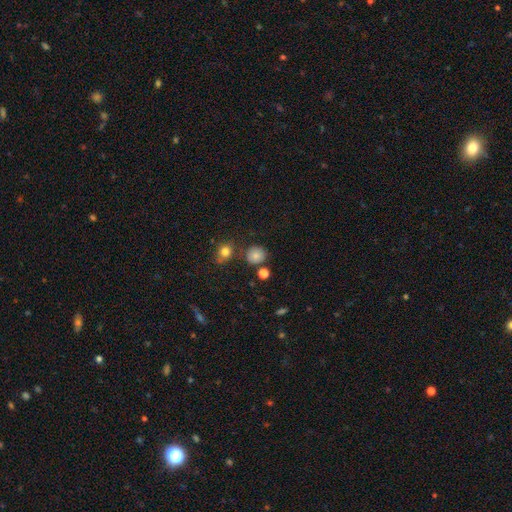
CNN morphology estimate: type=smooth (80%); roundness=round (86%); merging=none (78%).